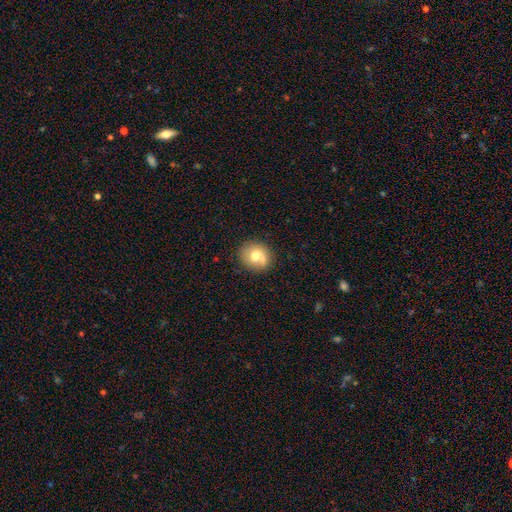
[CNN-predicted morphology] This is likely a smooth galaxy (69%). How rounded: likely round (78%). Merging: likely none (64%).